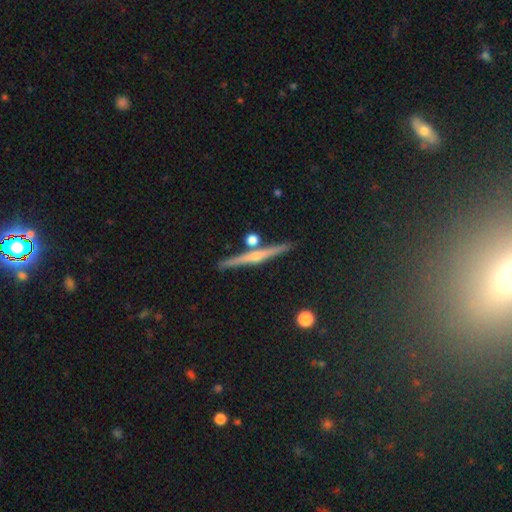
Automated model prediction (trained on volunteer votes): featured or disk 69%, smooth 23%, star or artifact 8%. Down the decision tree: edge-on disk — yes (98%); edge-on bulge — rounded (77%); merging — none (84%).